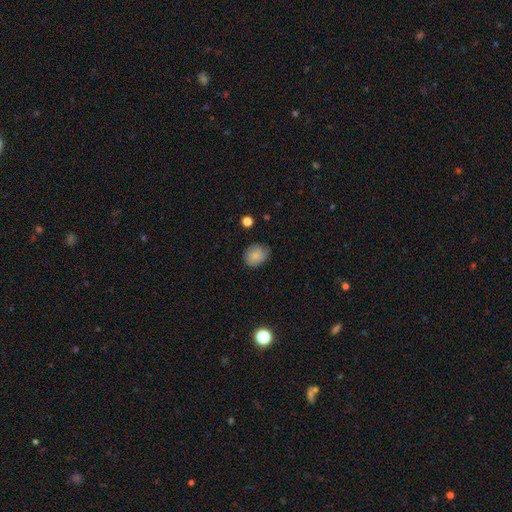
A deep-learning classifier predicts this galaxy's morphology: smooth-or-featured: smooth: 84% | star or artifact: 9% | featured or disk: 7%
  how-rounded: in between: 50% | round: 49% | cigar-shaped: 1%
  merging: none: 76% | minor disturbance: 19% | major disturbance: 3% | merger: 1%